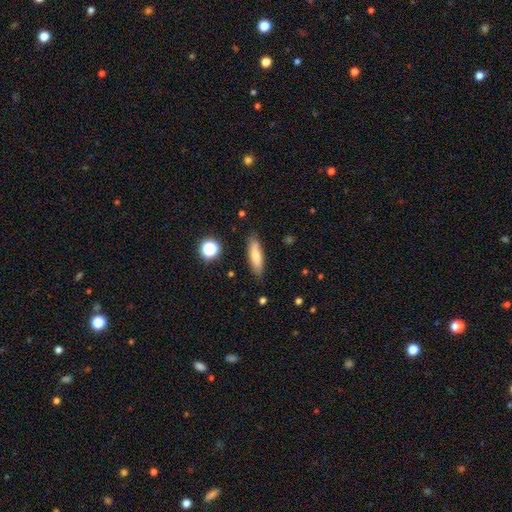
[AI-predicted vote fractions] smooth 74%, featured or disk 18%, star or artifact 8%. Down the decision tree: how rounded — cigar-shaped (53%); merging — none (82%).